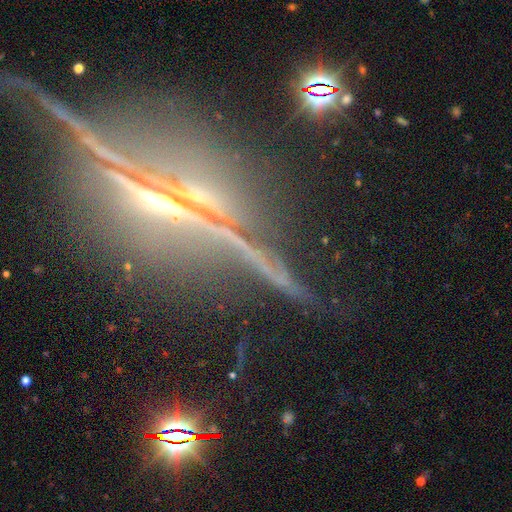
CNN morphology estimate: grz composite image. It shows a star or artifact, not a galaxy (58%).